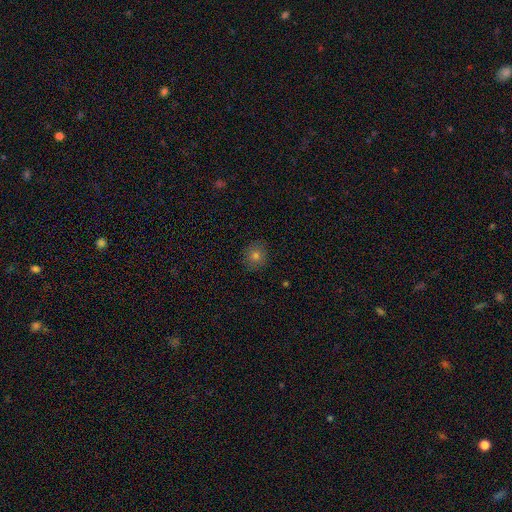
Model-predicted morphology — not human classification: Q: Smooth or featured?
A: smooth (74%); runner-up: star or artifact (15%)
Q: How rounded?
A: round (87%); runner-up: in between (12%)
Q: Merging?
A: none (89%); runner-up: minor disturbance (8%)